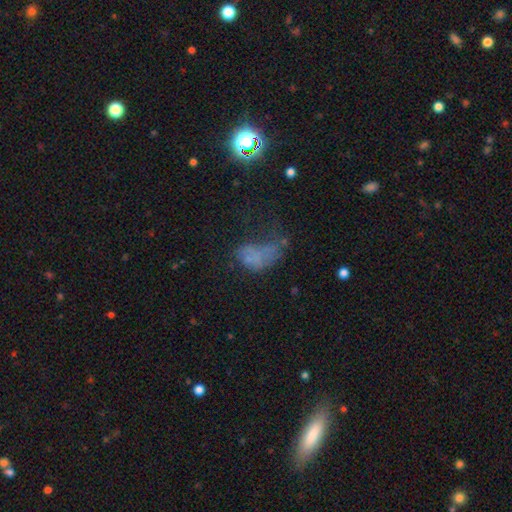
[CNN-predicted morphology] smooth 43%, featured or disk 31%, star or artifact 26%. Down the decision tree: merging — major disturbance (45%).